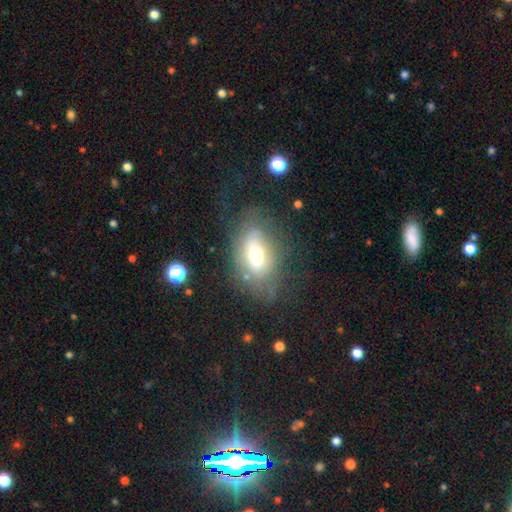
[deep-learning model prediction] Smooth or featured? smooth (46%)
Merging? none (52%)